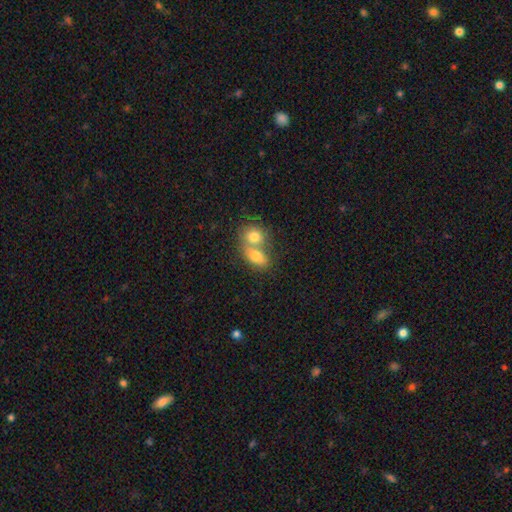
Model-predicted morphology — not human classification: smooth-or-featured: smooth: 75% | featured or disk: 17% | star or artifact: 8%
  how-rounded: in between: 75% | round: 21% | cigar-shaped: 4%
  merging: merger: 66% | none: 25% | minor disturbance: 6% | major disturbance: 3%